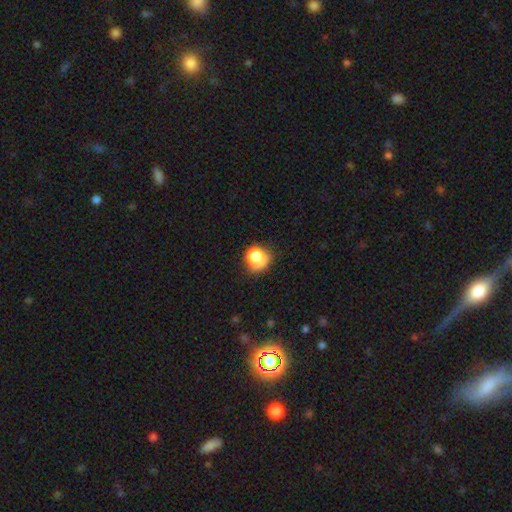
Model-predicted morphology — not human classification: smooth-or-featured: smooth: 76% | featured or disk: 12% | star or artifact: 12%
  how-rounded: round: 72% | in between: 27% | cigar-shaped: 1%
  merging: none: 46% | minor disturbance: 30% | major disturbance: 15% | merger: 9%